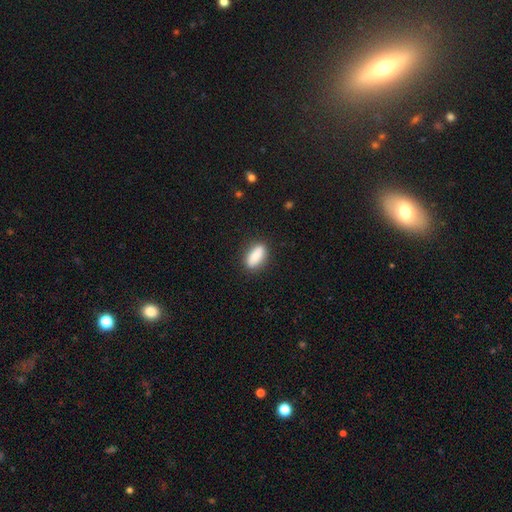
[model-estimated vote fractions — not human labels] smooth_or_featured: smooth (p=0.87) [alt: star or artifact p=0.07]
how_rounded: in between (p=0.78) [alt: cigar-shaped p=0.19]
merging: none (p=0.85) [alt: minor disturbance p=0.11]